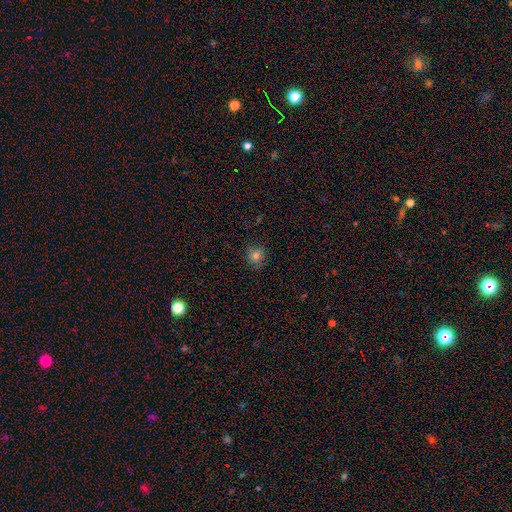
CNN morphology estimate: smooth-or-featured: smooth: 78% | star or artifact: 14% | featured or disk: 8%
  how-rounded: round: 87% | in between: 12% | cigar-shaped: 1%
  merging: none: 84% | minor disturbance: 12% | major disturbance: 3% | merger: 1%